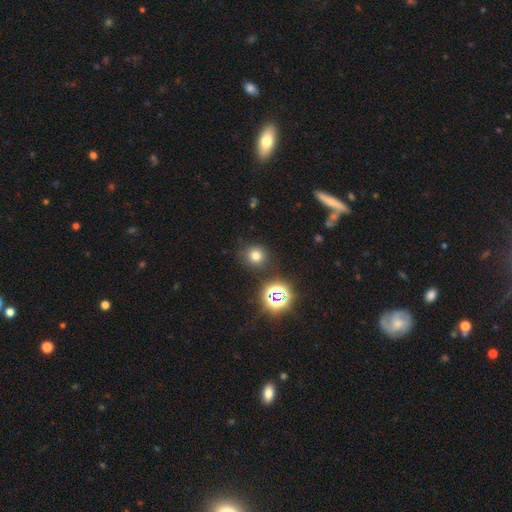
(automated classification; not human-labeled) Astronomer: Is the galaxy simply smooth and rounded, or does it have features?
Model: smooth — 69%.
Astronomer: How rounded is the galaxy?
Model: round — 89%.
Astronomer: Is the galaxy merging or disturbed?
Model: none — 83%.